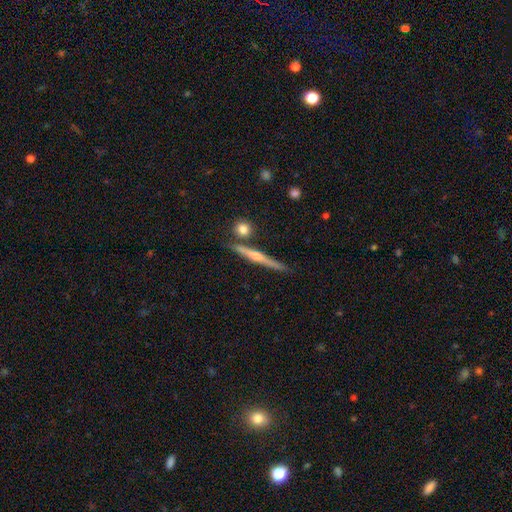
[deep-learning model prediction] This is likely a featured or disk galaxy (67%). It is clearly viewed edge-on (97%). Edge-on bulge: likely rounded (77%). Merging: clearly none (83%).